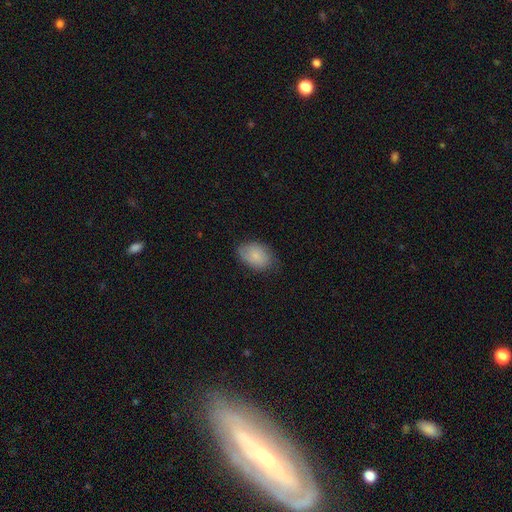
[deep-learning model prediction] Smooth or featured: smooth — 77% (featured or disk — 16%)
How rounded: in between — 84% (round — 15%)
Merging: none — 70% (minor disturbance — 23%)